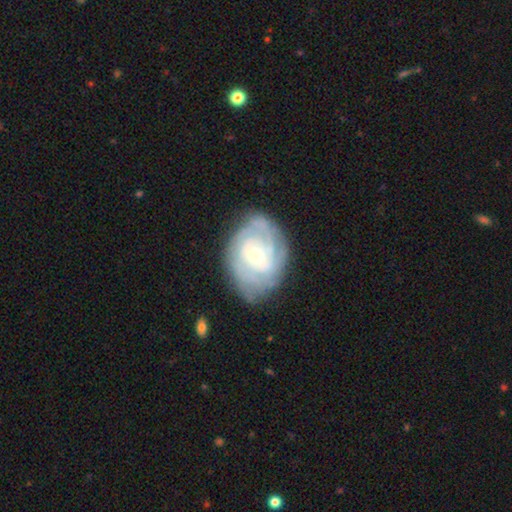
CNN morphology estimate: A featured or disk galaxy (84%) with no bar (65%), tight (75%) spiral arms (94%) and a small central bulge (49%).

Vote fractions:
- Smooth or featured? featured or disk: 84% / smooth: 11% / star or artifact: 5%
- Edge-on disk? no: 97% / yes: 3%
- Bar? no: 65% / weak: 28% / strong: 6%
- Spiral arms? yes: 94% / no: 6%
- Spiral winding? tight: 75% / medium: 21% / loose: 4%
- Spiral arm count? can't tell: 37% / 3: 20% / 2: 20% / 4: 12% / more than 4: 6% / 1: 5%
- Bulge size? small: 49% / moderate: 48% / large: 2% / none: 1% / dominant: 1%
- Merging? none: 76% / minor disturbance: 17% / major disturbance: 5% / merger: 1%